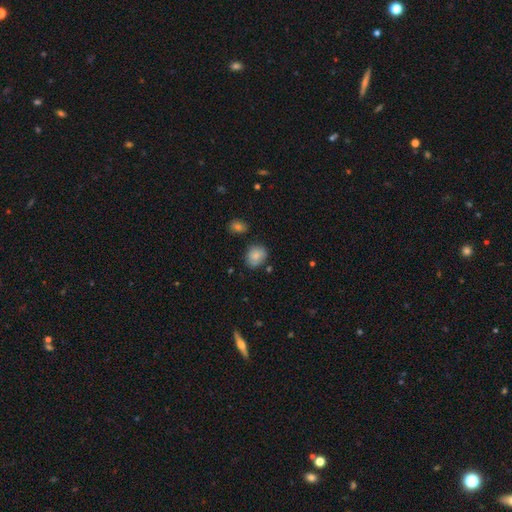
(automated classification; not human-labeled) Overall: smooth (81%). How rounded: round (51%; in between 48%). Merging: none (71%).